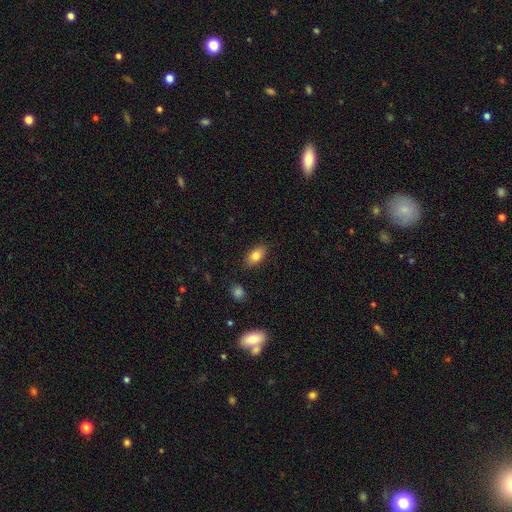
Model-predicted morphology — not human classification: Smooth or featured?
  - smooth: 80% *
  - featured or disk: 12%
  - star or artifact: 8%
How rounded?
  - in between: 89% *
  - round: 6%
  - cigar-shaped: 5%
Merging?
  - none: 85% *
  - minor disturbance: 11%
  - major disturbance: 2%
  - merger: 2%